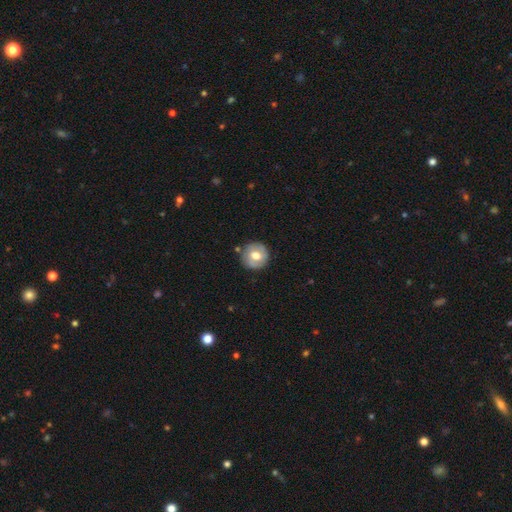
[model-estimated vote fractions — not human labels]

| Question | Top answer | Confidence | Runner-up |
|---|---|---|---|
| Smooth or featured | smooth | 56% | featured or disk (37%) |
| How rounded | round | 91% | in between (8%) |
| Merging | none | 81% | minor disturbance (13%) |